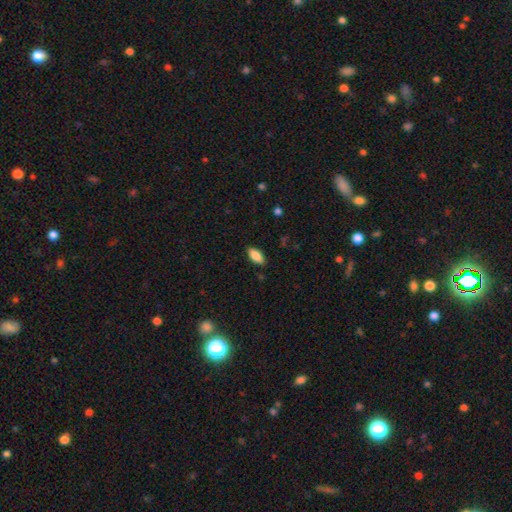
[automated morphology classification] Overall: smooth (86%). How rounded: in between (91%). Merging: none (87%).